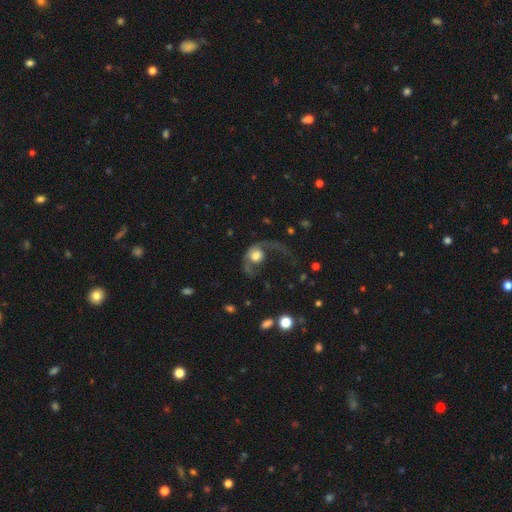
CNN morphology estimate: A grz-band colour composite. It shows a featured or disk galaxy (47%). Merging: major disturbance (62%).